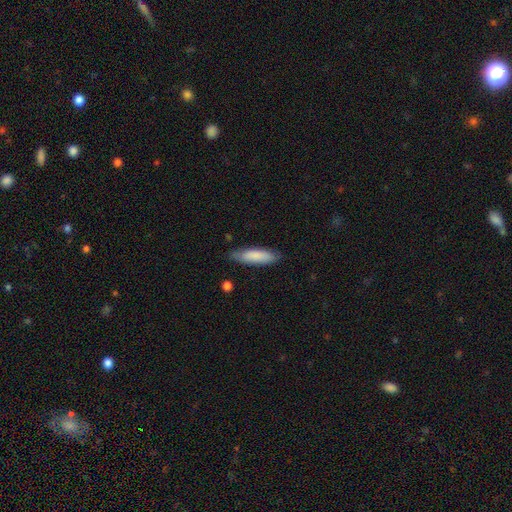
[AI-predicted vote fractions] This is clearly a smooth galaxy (82%). How rounded: likely cigar-shaped (60%). Merging: likely none (80%).